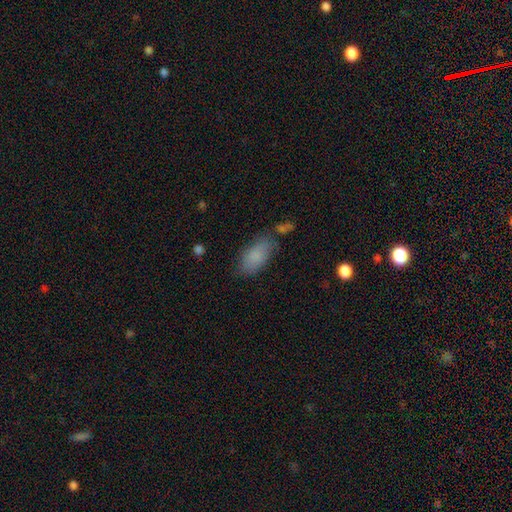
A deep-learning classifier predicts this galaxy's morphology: Smooth or featured? smooth (83%)
How rounded? in between (89%)
Merging? none (62%)